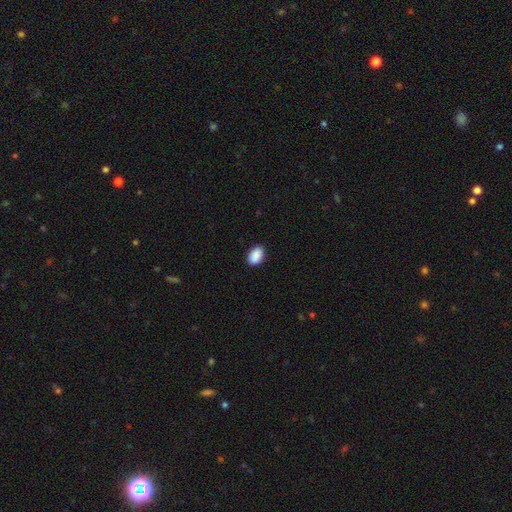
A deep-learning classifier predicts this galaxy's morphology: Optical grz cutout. It shows a smooth galaxy with no disk features (90%) that is in between round and cigar-shaped (90%). Merging: none (87%).